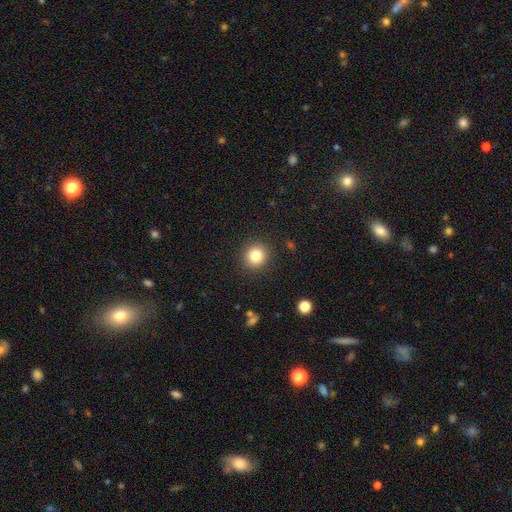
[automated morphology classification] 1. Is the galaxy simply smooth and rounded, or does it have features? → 82% smooth, 11% star or artifact, 7% featured or disk.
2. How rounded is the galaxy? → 91% round, 8% in between, 1% cigar-shaped.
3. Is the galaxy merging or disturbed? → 90% none, 6% minor disturbance, 2% major disturbance, 1% merger.